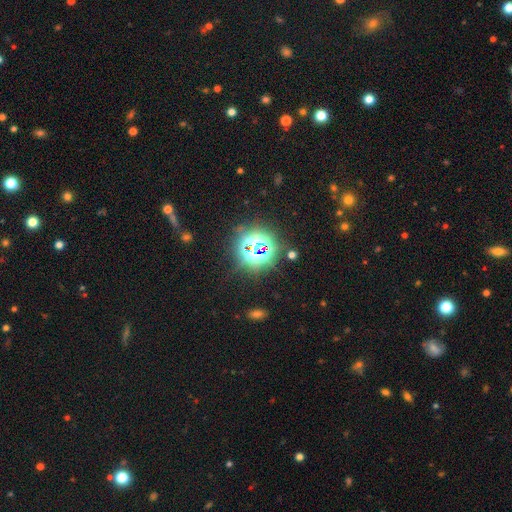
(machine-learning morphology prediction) The model was most divided on "smooth or featured": star or artifact: 75%, smooth: 19%, featured or disk: 6%.